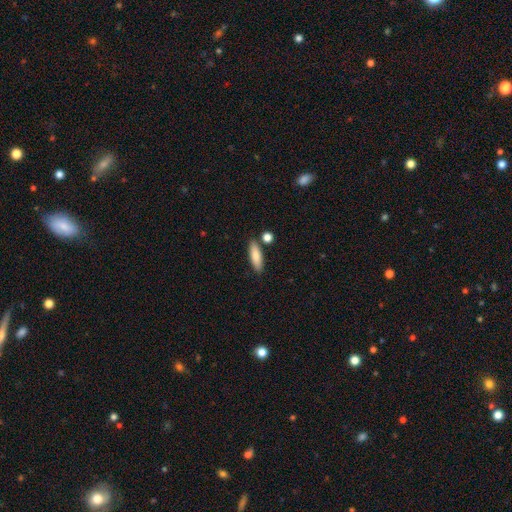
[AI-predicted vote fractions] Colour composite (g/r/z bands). It shows a smooth galaxy with no disk features (83%) that is in between round and cigar-shaped (49%). Merging: none (81%).